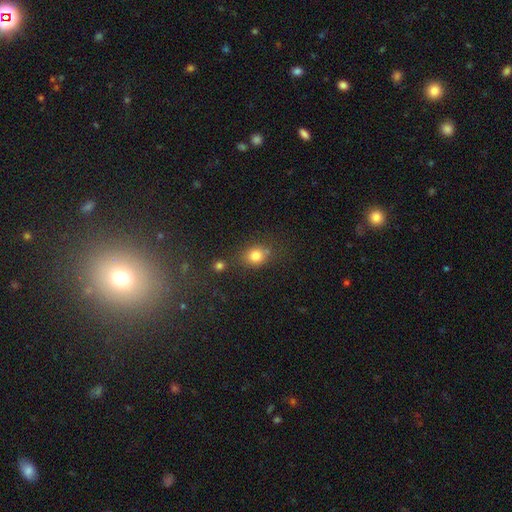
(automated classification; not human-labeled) Smooth or featured? smooth (80%)
How rounded? round (68%)
Merging? none (64%)